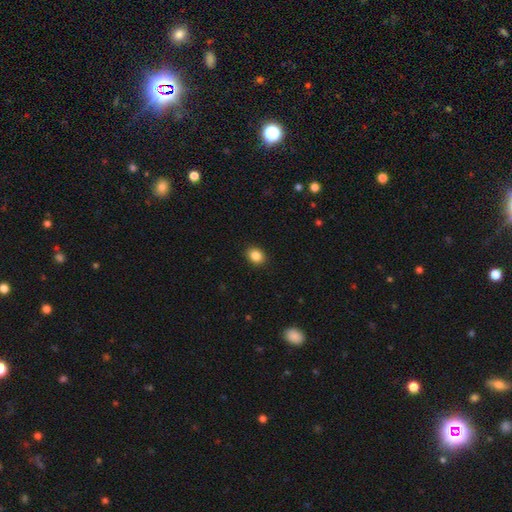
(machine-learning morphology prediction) type=smooth (87%); roundness=in between (55%); merging=none (91%).